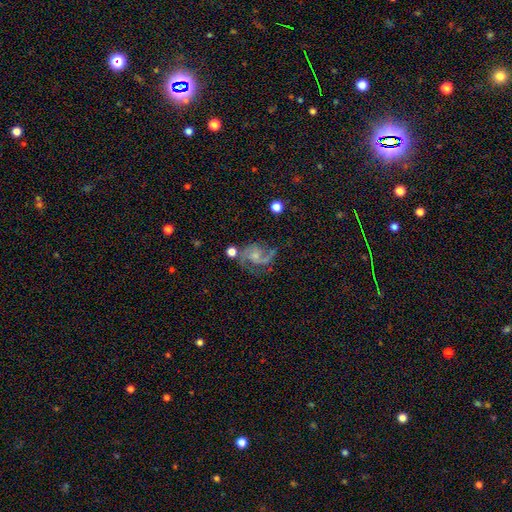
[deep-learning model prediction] Smooth or featured?
  - featured or disk: 84% *
  - smooth: 8%
  - star or artifact: 7%
Edge-on disk?
  - no: 98% *
  - yes: 2%
Bar?
  - no: 64% *
  - weak: 30%
  - strong: 6%
Spiral arms?
  - yes: 96% *
  - no: 4%
Spiral winding?
  - medium: 54% *
  - loose: 25%
  - tight: 20%
Spiral arm count?
  - 2: 75% *
  - 3: 8%
  - can't tell: 6%
  - 1: 6%
  - 4: 2%
  - more than 4: 2%
Bulge size?
  - small: 65% *
  - moderate: 25%
  - none: 7%
  - large: 2%
  - dominant: 1%
Merging?
  - none: 57% *
  - minor disturbance: 21%
  - major disturbance: 16%
  - merger: 7%